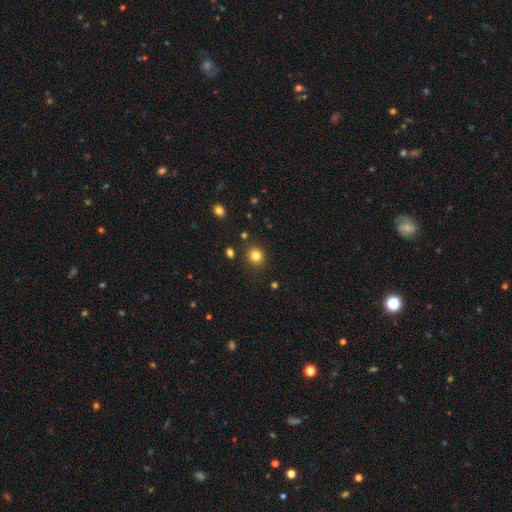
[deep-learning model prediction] smooth 82%, star or artifact 13%, featured or disk 6%. Down the decision tree: how rounded — round (87%); merging — none (88%).